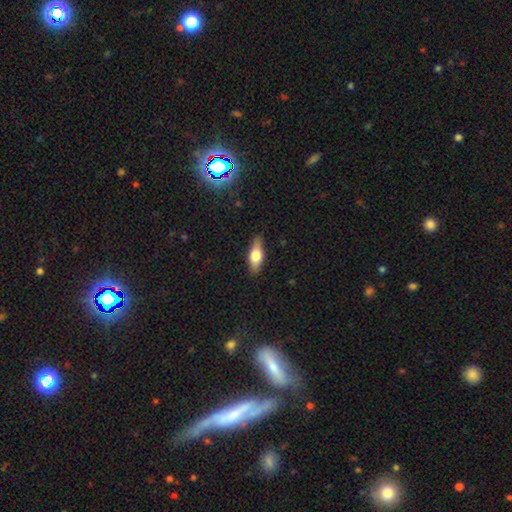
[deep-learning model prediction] Smooth or featured: smooth — 58% (featured or disk — 35%)
How rounded: in between — 67% (cigar-shaped — 29%)
Merging: none — 85% (minor disturbance — 11%)